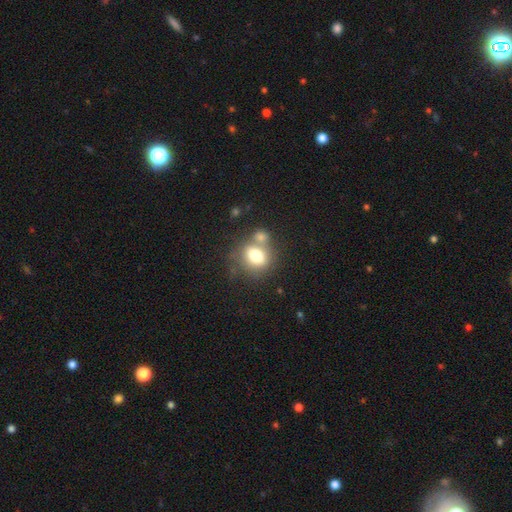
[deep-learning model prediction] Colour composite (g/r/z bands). It shows a smooth galaxy with no disk features (75%) that is round (52%). Merging: none (47%).